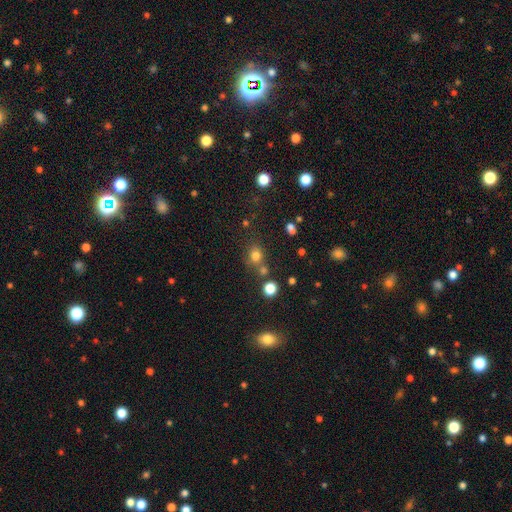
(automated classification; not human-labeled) Overall: smooth (74%). How rounded: round (74%). Merging: none (64%).